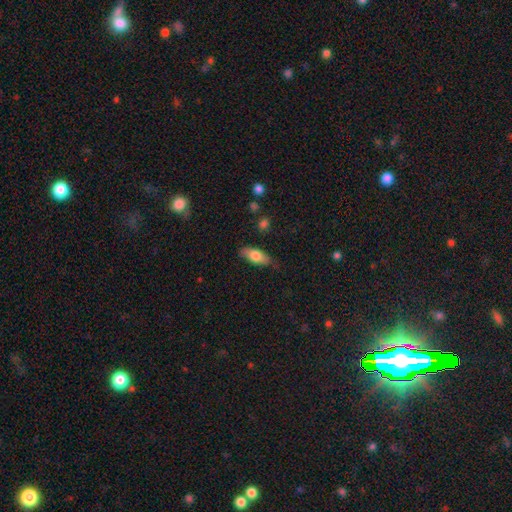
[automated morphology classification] smooth 74%, featured or disk 20%, star or artifact 6%. Down the decision tree: how rounded — in between (80%); merging — none (71%).